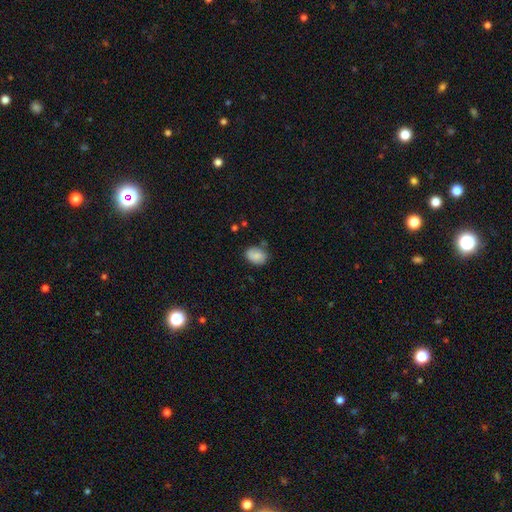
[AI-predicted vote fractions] Smooth or featured: smooth — 81% (featured or disk — 11%)
How rounded: in between — 70% (round — 28%)
Merging: none — 71% (minor disturbance — 20%)